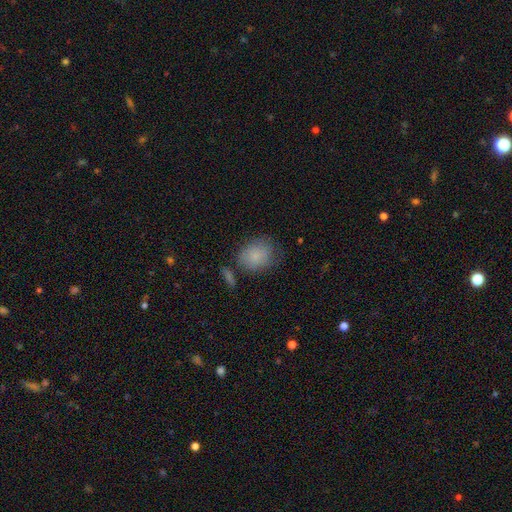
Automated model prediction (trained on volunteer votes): A smooth galaxy with no disk features (82%) that is round (56%).

Vote fractions:
- Smooth or featured? smooth: 82% / featured or disk: 10% / star or artifact: 8%
- How rounded? round: 56% / in between: 43% / cigar-shaped: 1%
- Merging? none: 62% / minor disturbance: 23% / major disturbance: 8% / merger: 7%